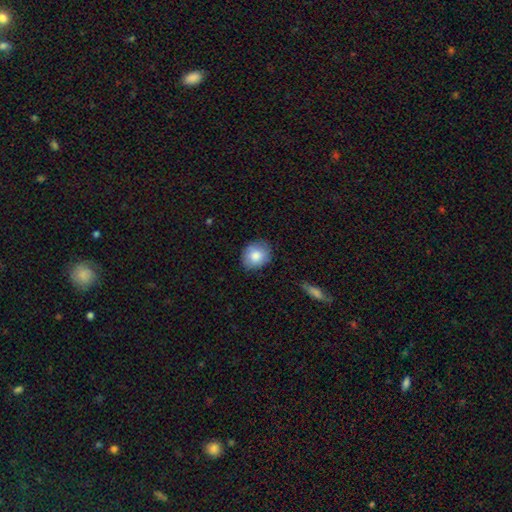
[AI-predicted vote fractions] Overall: smooth (83%). How rounded: round (63%; in between 36%). Merging: none (80%).